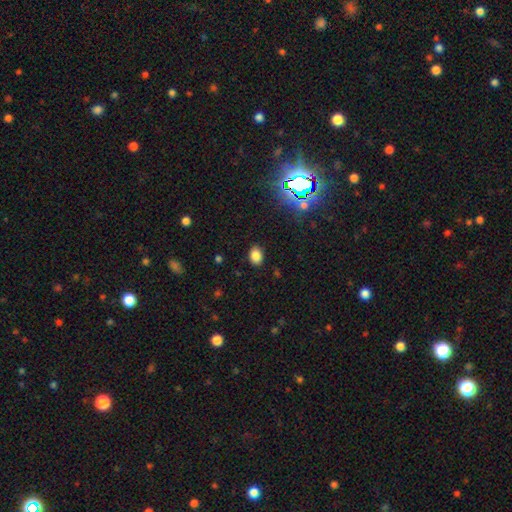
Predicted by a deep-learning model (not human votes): Smooth or featured: smooth — 82% (star or artifact — 13%)
How rounded: in between — 75% (round — 24%)
Merging: none — 88% (minor disturbance — 9%)